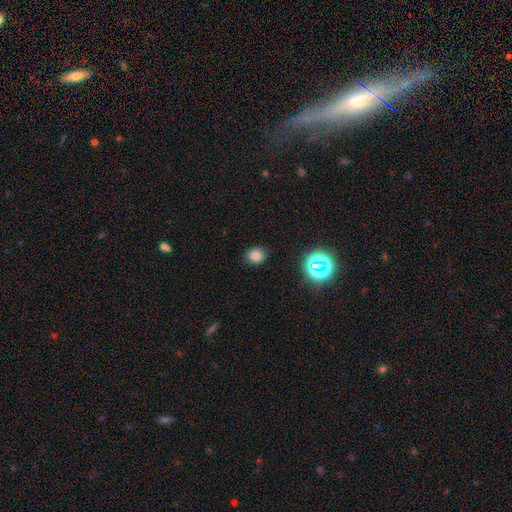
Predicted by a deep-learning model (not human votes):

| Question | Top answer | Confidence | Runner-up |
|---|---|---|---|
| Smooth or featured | smooth | 76% | star or artifact (17%) |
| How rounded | round | 53% | in between (46%) |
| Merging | none | 88% | minor disturbance (9%) |